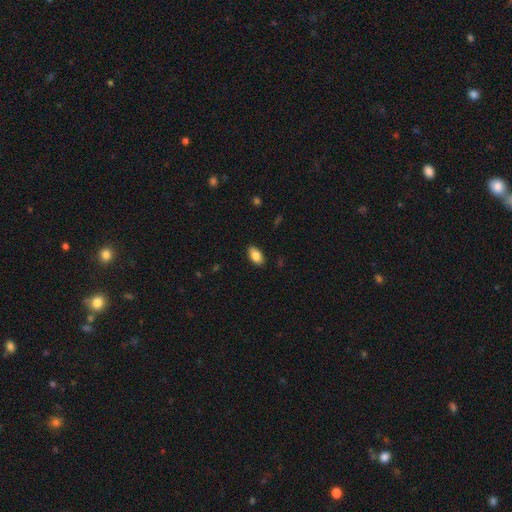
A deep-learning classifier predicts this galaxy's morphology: Smooth or featured? Predicted: smooth (p=0.84). How rounded? Predicted: in between (p=0.93). Merging? Predicted: none (p=0.88).